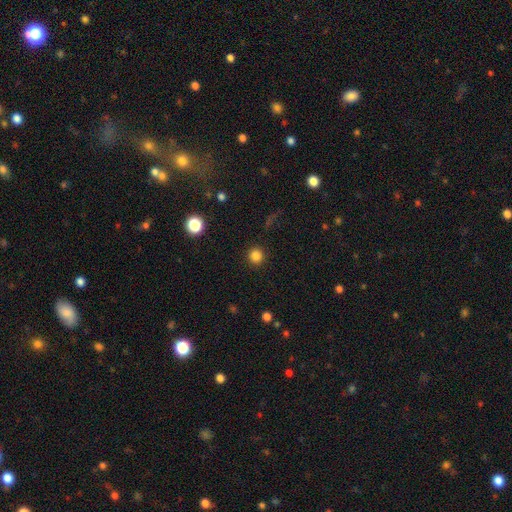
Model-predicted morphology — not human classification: type=smooth (84%); roundness=round (94%); merging=none (92%).